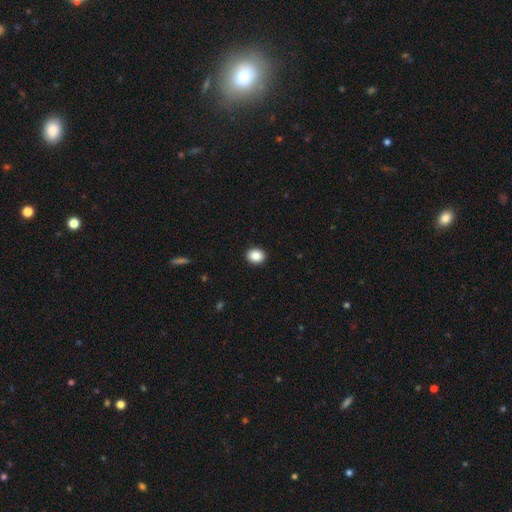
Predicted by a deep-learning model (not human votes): This appears to be a smooth galaxy with no disk features (88%) that is round (65%). Merging: none (92%).